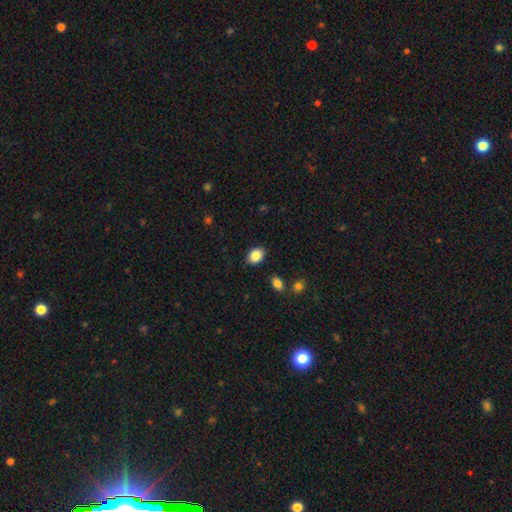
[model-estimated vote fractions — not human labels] Smooth or featured: smooth — 87% (star or artifact — 8%)
How rounded: in between — 71% (round — 28%)
Merging: none — 87% (minor disturbance — 9%)